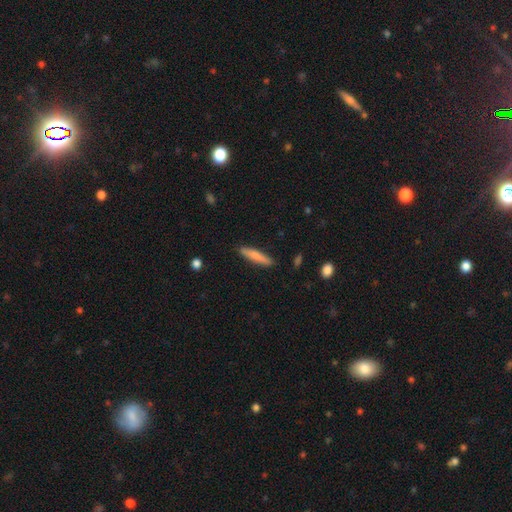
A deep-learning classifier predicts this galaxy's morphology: The model was most divided on "smooth or featured": smooth: 73%, featured or disk: 21%, star or artifact: 5%. More confident: how rounded — cigar-shaped (88%); merging — none (88%).